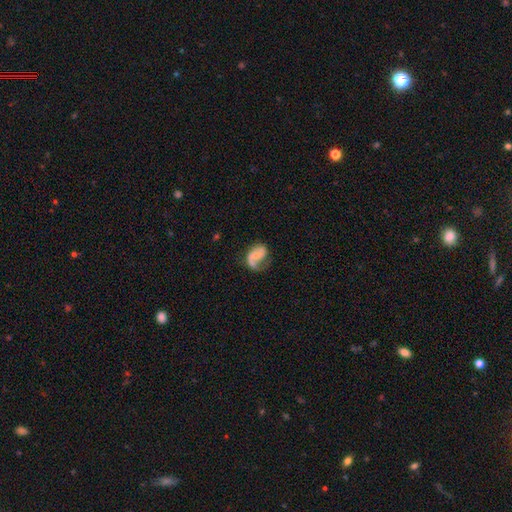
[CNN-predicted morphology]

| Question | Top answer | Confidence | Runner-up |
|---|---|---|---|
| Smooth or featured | featured or disk | 72% | smooth (22%) |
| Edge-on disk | no | 98% | yes (2%) |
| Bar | no | 57% | weak (33%) |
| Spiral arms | yes | 90% | no (10%) |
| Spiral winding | medium | 42% | tied: loose (42%) |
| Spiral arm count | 2 | 57% | 1 (35%) |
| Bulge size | small | 50% | moderate (26%) |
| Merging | none | 47% | major disturbance (25%) |